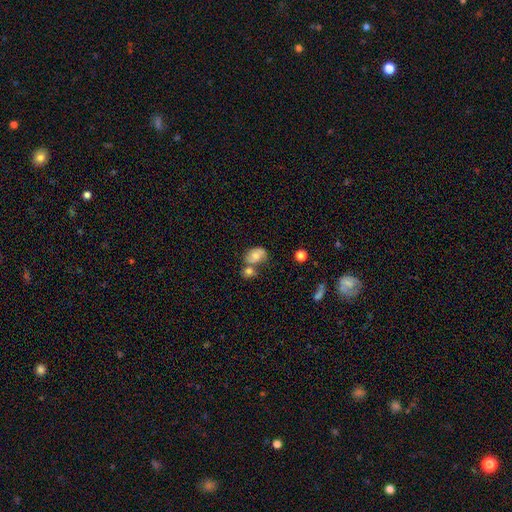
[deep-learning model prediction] smooth 65%, featured or disk 26%, star or artifact 10%. Down the decision tree: how rounded — in between (75%); merging — merger (39%).